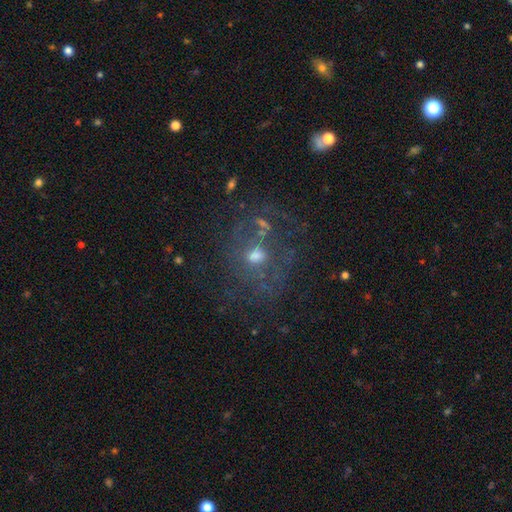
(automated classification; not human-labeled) Smooth or featured: featured or disk — 53% (smooth — 27%)
Edge-on disk: no — 96% (yes — 4%)
Bar: no — 74% (weak — 21%)
Spiral arms: no — 51% (yes — 49%)
Bulge size: moderate — 51% (small — 38%)
Merging: none — 58% (major disturbance — 20%)